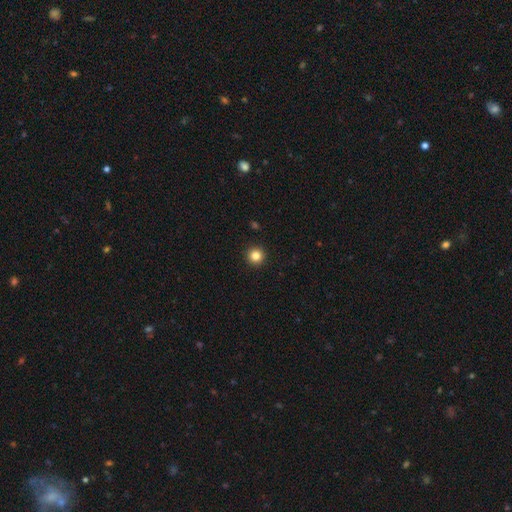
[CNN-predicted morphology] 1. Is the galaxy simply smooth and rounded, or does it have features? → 84% smooth, 12% star or artifact, 4% featured or disk.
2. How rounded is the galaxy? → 96% round, 3% in between, 1% cigar-shaped.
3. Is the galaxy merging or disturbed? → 93% none, 4% minor disturbance, 1% major disturbance, 1% merger.